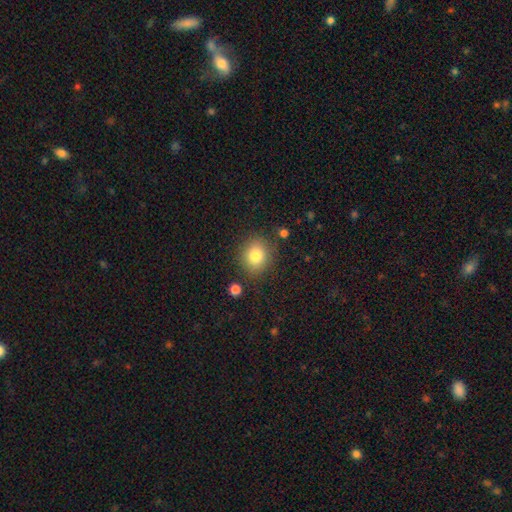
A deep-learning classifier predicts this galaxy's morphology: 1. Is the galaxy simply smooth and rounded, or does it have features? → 82% smooth, 10% star or artifact, 8% featured or disk.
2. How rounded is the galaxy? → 75% round, 24% in between, 1% cigar-shaped.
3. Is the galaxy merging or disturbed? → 83% none, 10% minor disturbance, 4% merger, 3% major disturbance.